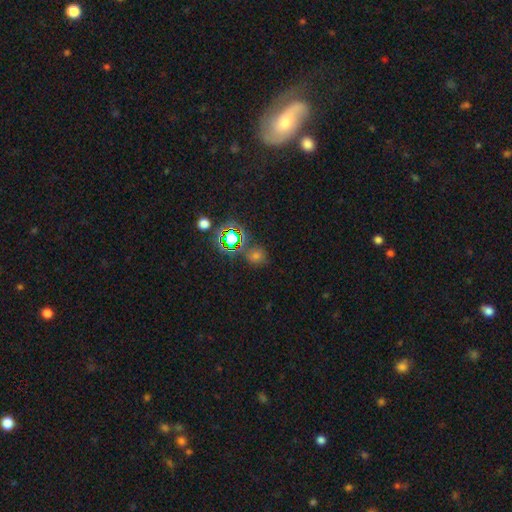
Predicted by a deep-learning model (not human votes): Overall: star or artifact (49%; smooth 42%).